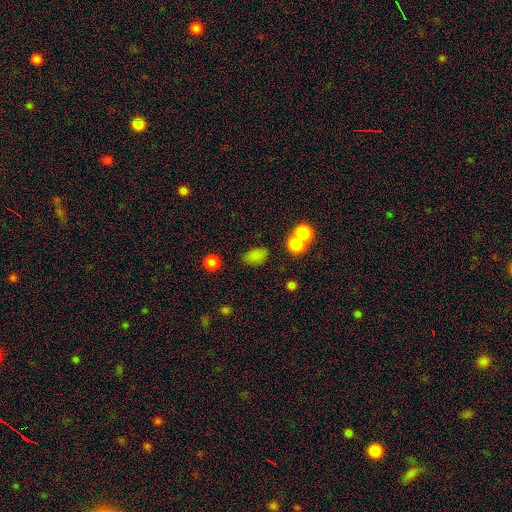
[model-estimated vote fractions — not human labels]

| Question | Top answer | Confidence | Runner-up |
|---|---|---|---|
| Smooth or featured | smooth | 80% | star or artifact (13%) |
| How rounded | in between | 80% | round (18%) |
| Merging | none | 68% | merger (14%) |